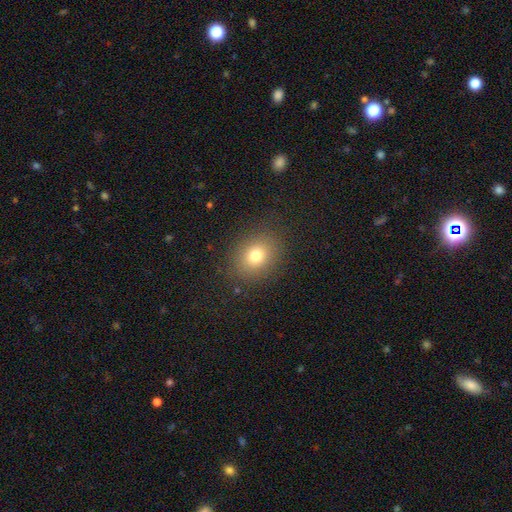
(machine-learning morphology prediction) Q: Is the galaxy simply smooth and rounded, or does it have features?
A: smooth — 76%.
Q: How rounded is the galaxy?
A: round — 58%.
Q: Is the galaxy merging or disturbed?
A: none — 86%.